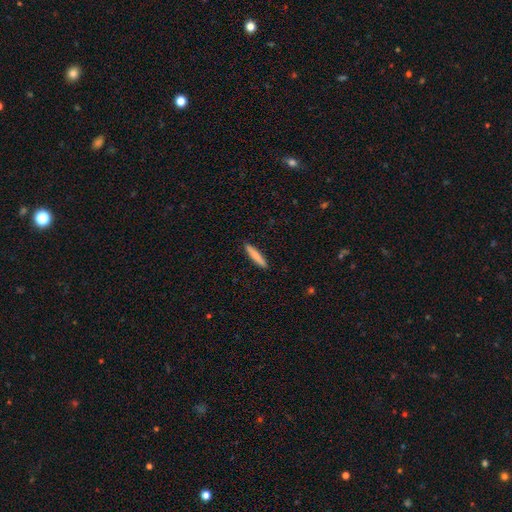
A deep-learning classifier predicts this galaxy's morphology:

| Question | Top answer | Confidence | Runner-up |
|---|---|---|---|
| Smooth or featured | smooth | 83% | featured or disk (12%) |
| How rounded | cigar-shaped | 91% | in between (7%) |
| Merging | none | 91% | minor disturbance (6%) |